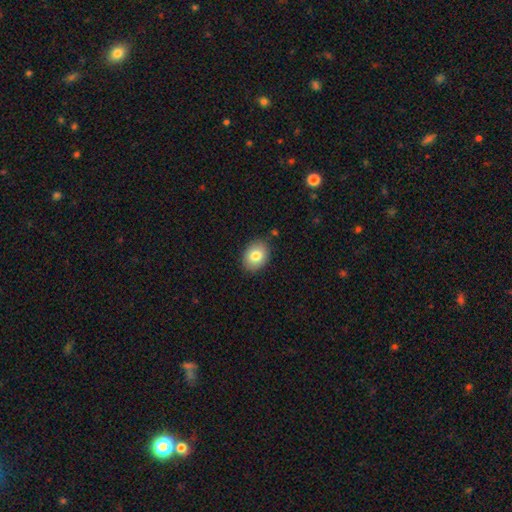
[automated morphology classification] smooth-or-featured: smooth: 81% | featured or disk: 11% | star or artifact: 9%
  how-rounded: in between: 61% | round: 38% | cigar-shaped: 1%
  merging: none: 86% | minor disturbance: 10% | major disturbance: 2% | merger: 2%